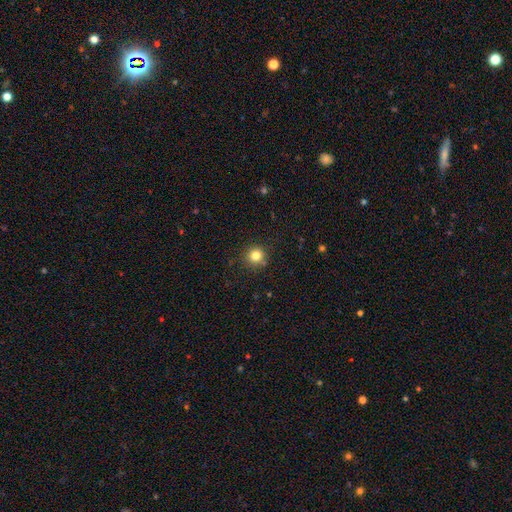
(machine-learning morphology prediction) This appears to be a smooth galaxy with no disk features (82%) that is round (94%). Merging: none (88%).